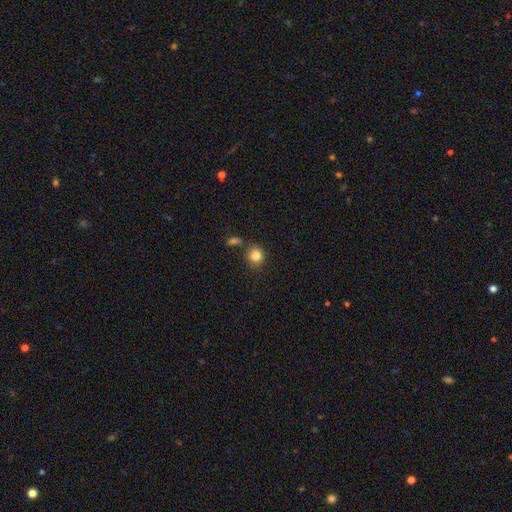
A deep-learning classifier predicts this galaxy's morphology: The model was most divided on "merging": none: 75%, minor disturbance: 12%, merger: 9%, major disturbance: 4%. More confident: smooth or featured — smooth (84%); how rounded — round (83%).